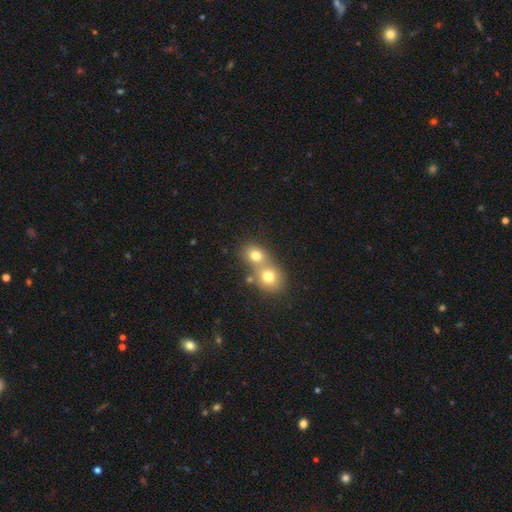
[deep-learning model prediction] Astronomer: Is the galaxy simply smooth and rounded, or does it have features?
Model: smooth — 75%.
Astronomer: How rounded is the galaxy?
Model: round — 67%.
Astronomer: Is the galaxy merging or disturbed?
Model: merger — 64%.